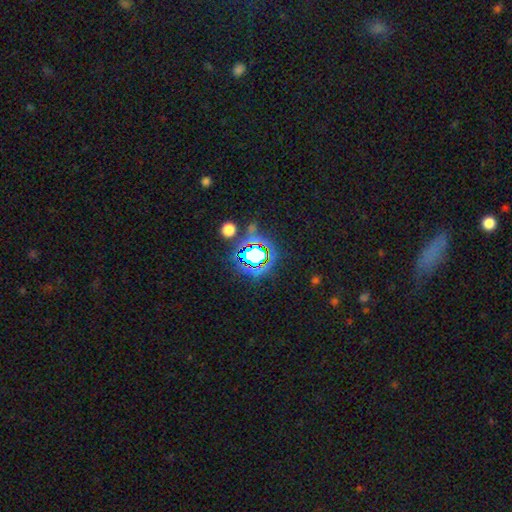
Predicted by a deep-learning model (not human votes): Smooth or featured: star or artifact — 64% (smooth — 24%)